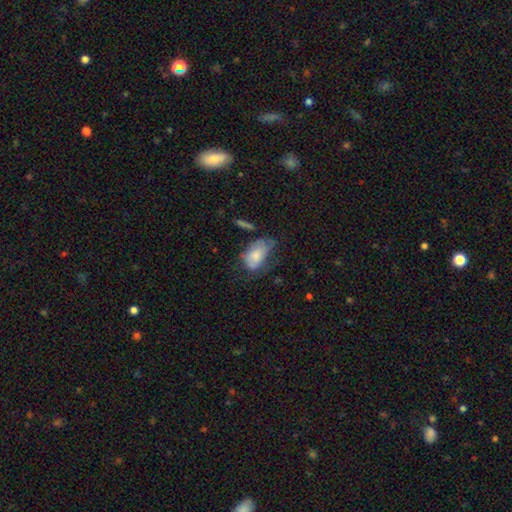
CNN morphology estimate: This appears to be a smooth galaxy with no disk features (70%) that is in between round and cigar-shaped (90%). Merging: minor disturbance (34%).